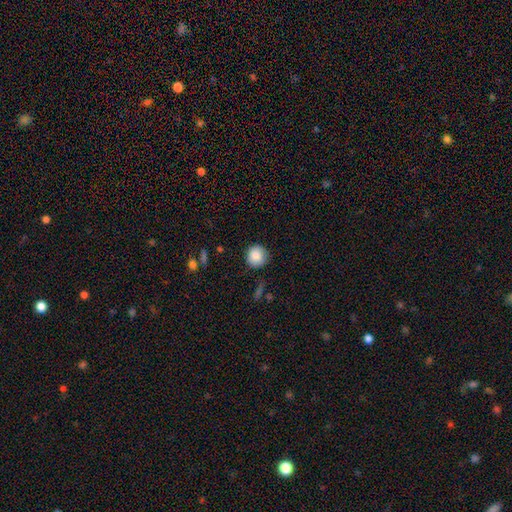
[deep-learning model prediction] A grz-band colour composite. It shows a smooth galaxy with no disk features (87%) that is round (93%). Merging: none (86%).